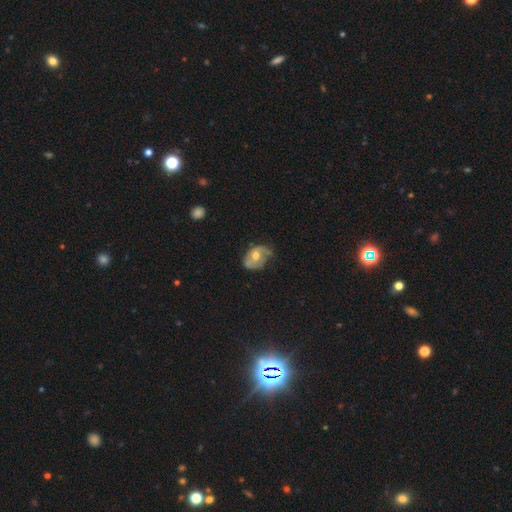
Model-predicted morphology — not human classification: smooth_or_featured: featured or disk (p=0.50) [alt: smooth p=0.42]
disk_edge_on: no (p=0.95) [alt: yes p=0.05]
merging: none (p=0.43) [alt: minor disturbance p=0.37]